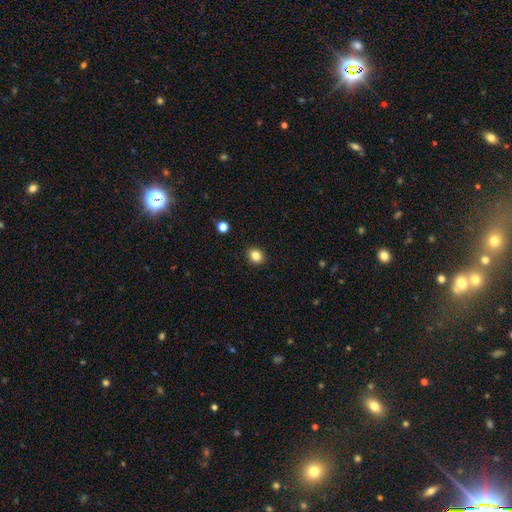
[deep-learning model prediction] A smooth galaxy with no disk features (84%) that is round (68%). Merging: none (91%).